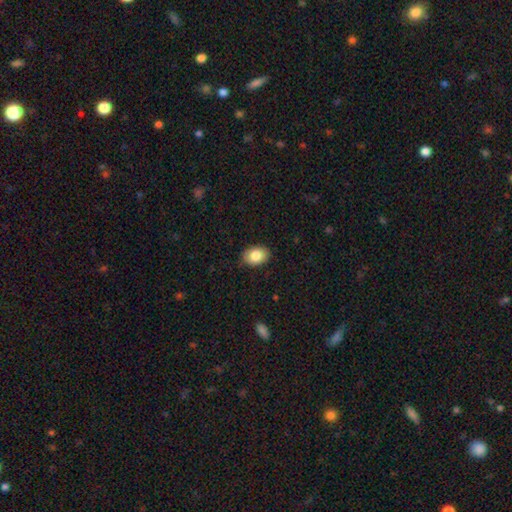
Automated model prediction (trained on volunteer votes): Smooth or featured? Predicted: smooth (p=0.85). How rounded? Predicted: in between (p=0.81). Merging? Predicted: none (p=0.87).